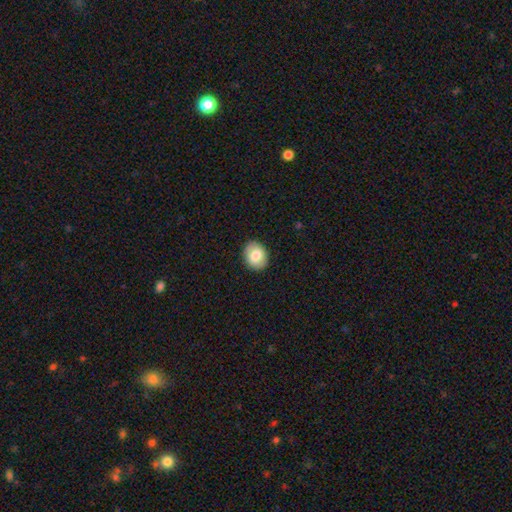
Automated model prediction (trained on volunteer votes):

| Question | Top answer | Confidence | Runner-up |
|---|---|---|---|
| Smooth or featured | smooth | 79% | featured or disk (13%) |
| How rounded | in between | 60% | round (39%) |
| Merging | none | 88% | minor disturbance (9%) |